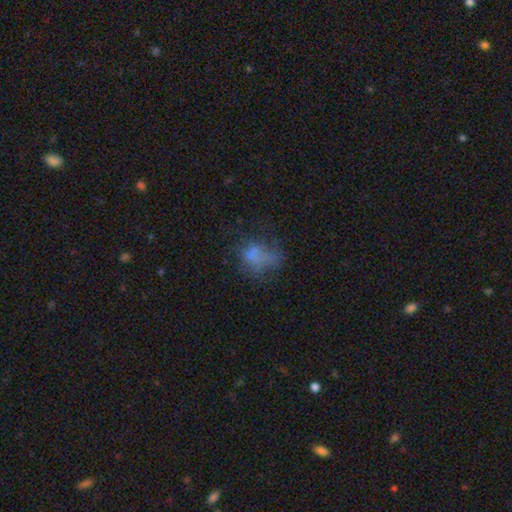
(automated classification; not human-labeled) Q: Smooth or featured?
A: smooth (50%); runner-up: featured or disk (30%)
Q: How rounded?
A: in between (68%); runner-up: round (30%)
Q: Merging?
A: major disturbance (36%); tied with: none (36%)